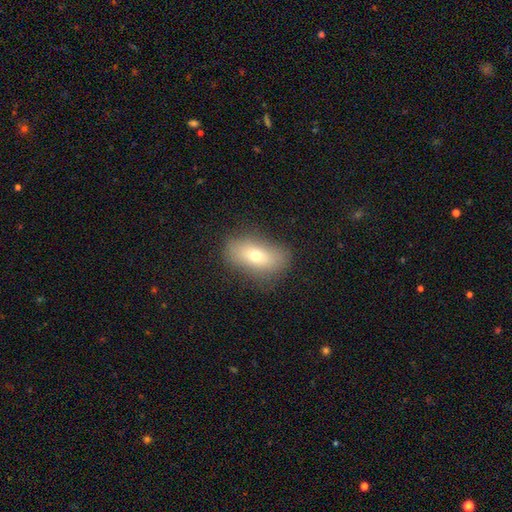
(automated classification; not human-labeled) Morphology: type=smooth (66%); roundness=in between (83%); merging=none (82%).